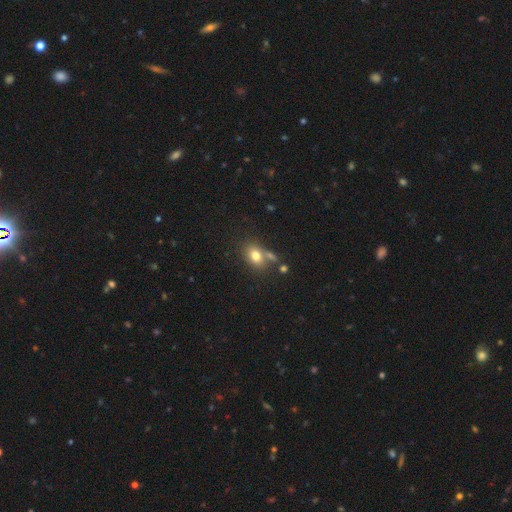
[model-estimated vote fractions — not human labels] Smooth or featured? smooth (76%)
How rounded? in between (71%)
Merging? none (57%)